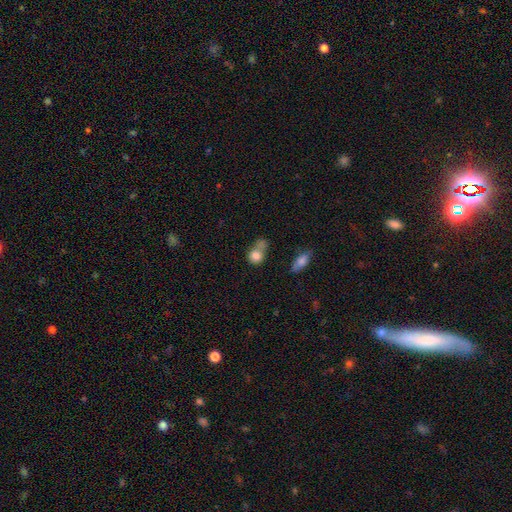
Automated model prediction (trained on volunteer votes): Smooth or featured? smooth (80%)
How rounded? round (65%)
Merging? merger (43%)